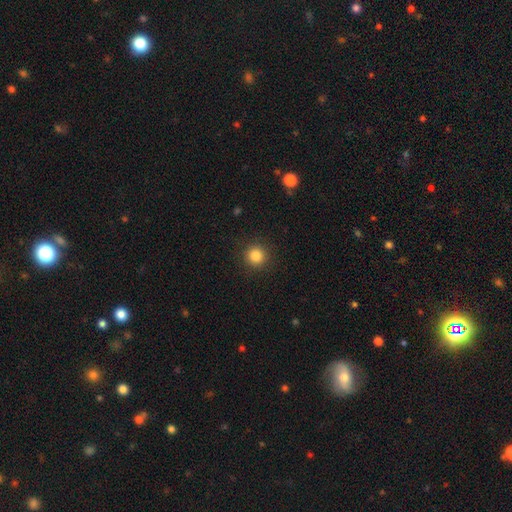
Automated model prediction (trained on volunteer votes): Q: Smooth or featured?
A: smooth (84%); runner-up: star or artifact (11%)
Q: How rounded?
A: round (94%); runner-up: in between (5%)
Q: Merging?
A: none (91%); runner-up: minor disturbance (5%)